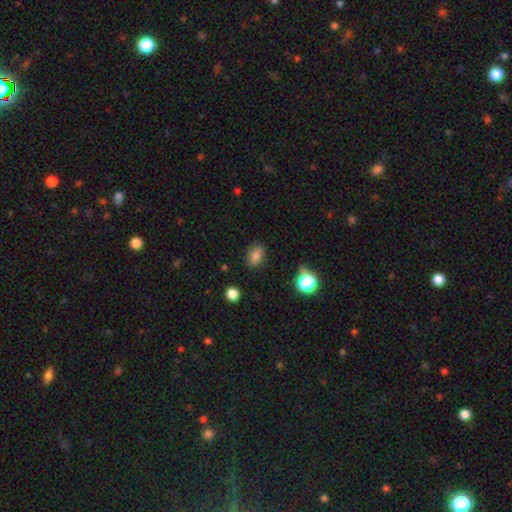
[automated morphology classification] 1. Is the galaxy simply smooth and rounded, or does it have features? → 81% smooth, 12% star or artifact, 7% featured or disk.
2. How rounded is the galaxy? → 74% in between, 24% round, 2% cigar-shaped.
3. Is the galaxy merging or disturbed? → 79% none, 16% minor disturbance, 4% major disturbance, 2% merger.